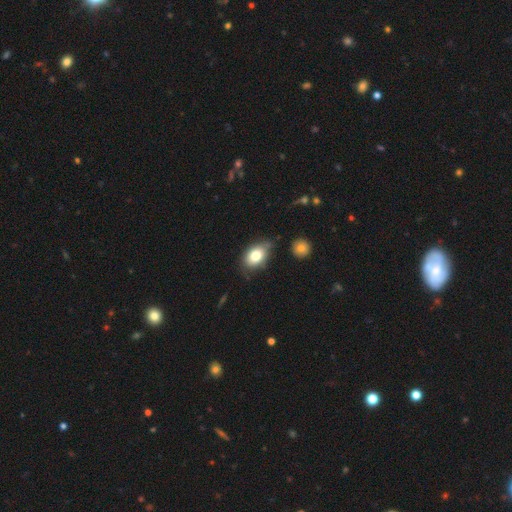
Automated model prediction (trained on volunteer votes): A smooth galaxy with no disk features (80%) that is in between round and cigar-shaped (82%).

Vote fractions:
- Smooth or featured? smooth: 80% / featured or disk: 12% / star or artifact: 8%
- How rounded? in between: 82% / round: 16% / cigar-shaped: 2%
- Merging? none: 66% / minor disturbance: 24% / merger: 5% / major disturbance: 5%